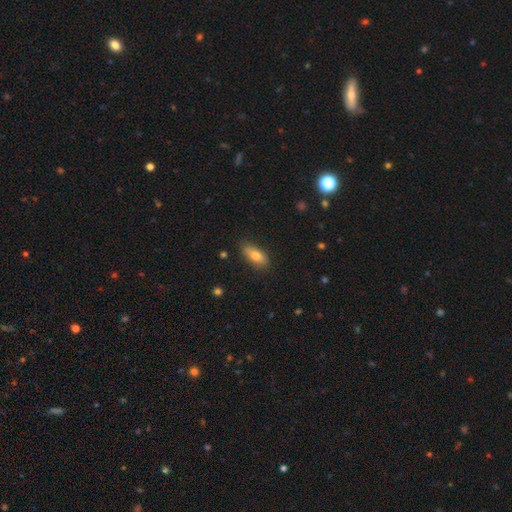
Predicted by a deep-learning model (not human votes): smooth-or-featured: smooth: 76% | featured or disk: 17% | star or artifact: 7%
  how-rounded: in between: 82% | cigar-shaped: 15% | round: 4%
  merging: none: 80% | minor disturbance: 16% | major disturbance: 3% | merger: 1%